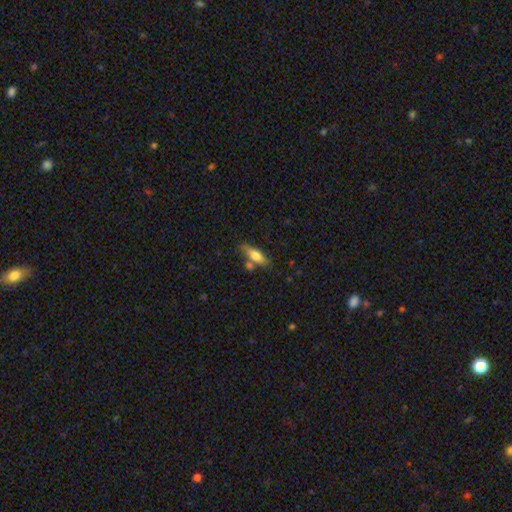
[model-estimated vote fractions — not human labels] Smooth or featured? smooth (70%)
How rounded? in between (57%)
Merging? none (64%)